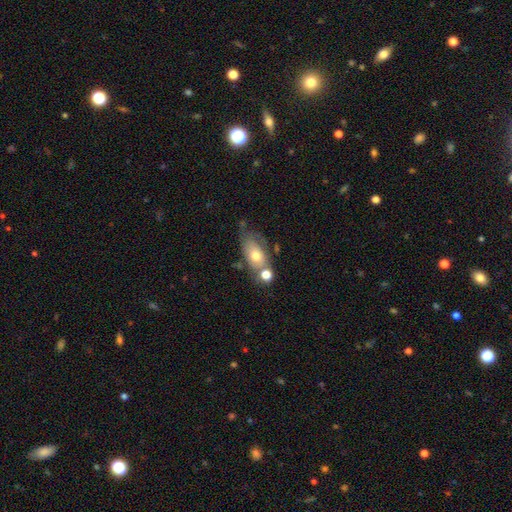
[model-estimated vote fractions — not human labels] A smooth galaxy with no disk features (62%) that is in between round and cigar-shaped (83%).

Vote fractions:
- Smooth or featured? smooth: 62% / featured or disk: 30% / star or artifact: 9%
- How rounded? in between: 83% / round: 12% / cigar-shaped: 5%
- Merging? none: 42% / merger: 27% / minor disturbance: 20% / major disturbance: 10%